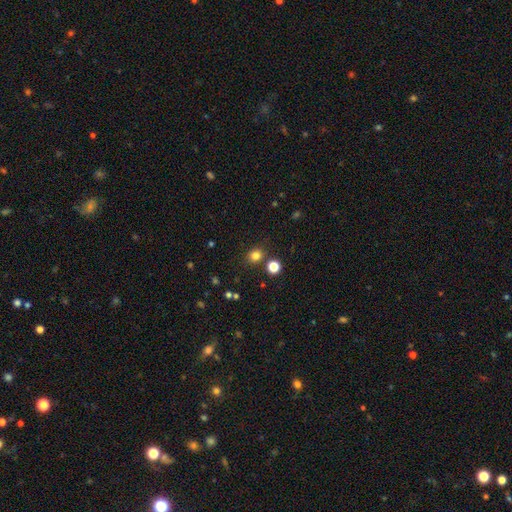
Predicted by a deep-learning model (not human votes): This appears to be a smooth galaxy with no disk features (80%) that is round (73%). Merging: none (82%).